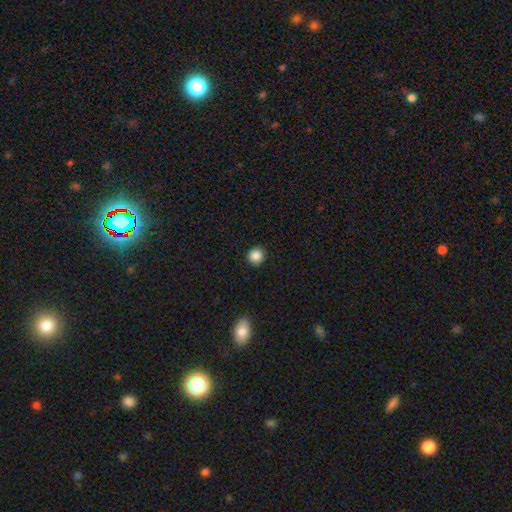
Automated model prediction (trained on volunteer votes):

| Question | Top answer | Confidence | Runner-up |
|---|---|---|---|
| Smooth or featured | smooth | 87% | star or artifact (10%) |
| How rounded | round | 93% | in between (6%) |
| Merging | none | 92% | minor disturbance (6%) |